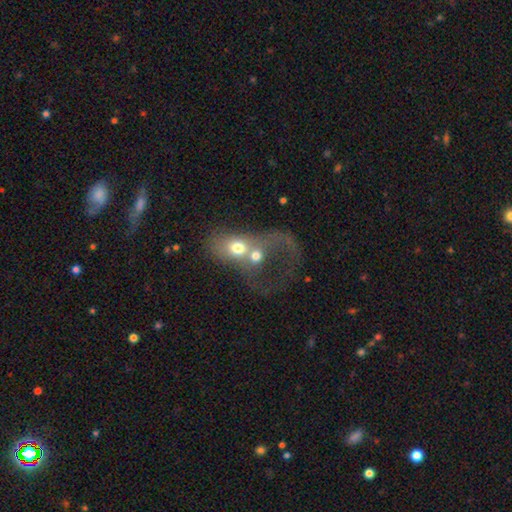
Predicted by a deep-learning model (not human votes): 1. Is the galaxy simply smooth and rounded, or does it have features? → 50% smooth, 38% featured or disk, 11% star or artifact.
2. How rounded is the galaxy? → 56% round, 42% in between, 2% cigar-shaped.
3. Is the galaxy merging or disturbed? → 74% merger, 13% major disturbance, 9% none, 4% minor disturbance.